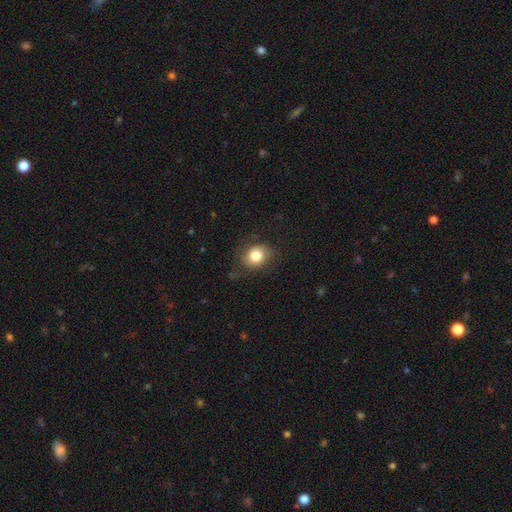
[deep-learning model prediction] Smooth or featured? Predicted: smooth (p=0.80). How rounded? Predicted: round (p=0.57). Merging? Predicted: none (p=0.71).